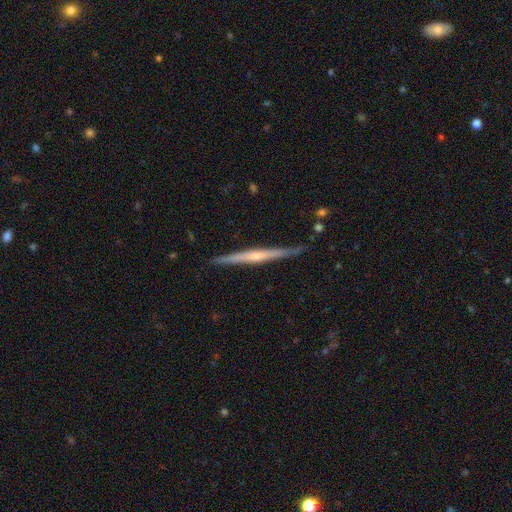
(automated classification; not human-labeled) A featured or disk galaxy (69%) viewed edge-on (98%) with a rounded central bulge (52%).

Vote fractions:
- Smooth or featured? featured or disk: 69% / smooth: 26% / star or artifact: 6%
- Edge-on disk? yes: 98% / no: 2%
- Edge-on bulge? rounded: 52% / none: 39% / boxy: 9%
- Merging? none: 84% / minor disturbance: 12% / major disturbance: 2% / merger: 2%